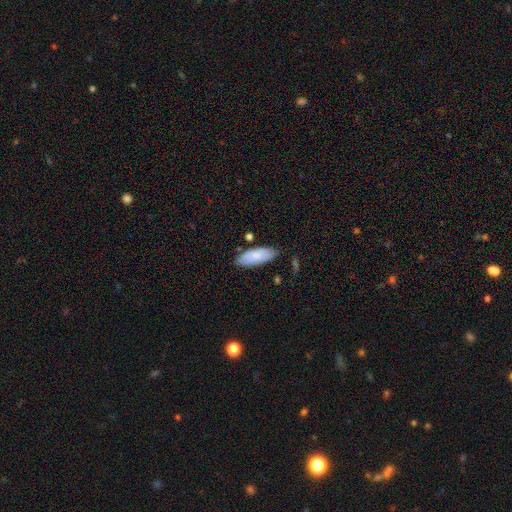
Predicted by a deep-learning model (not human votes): smooth 81%, featured or disk 14%, star or artifact 6%. Down the decision tree: how rounded — in between (78%); merging — none (76%).